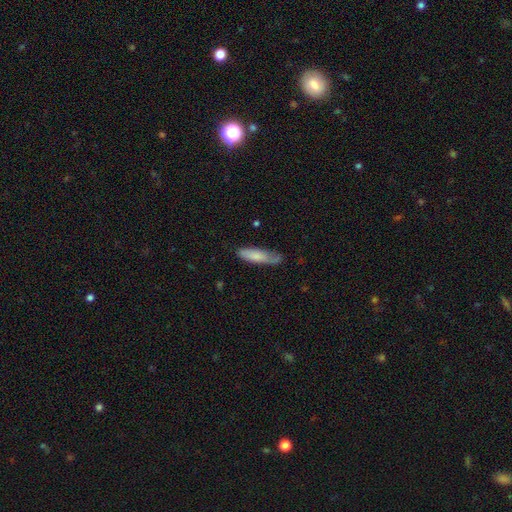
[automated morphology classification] Smooth or featured? Predicted: smooth (p=0.75). How rounded? Predicted: cigar-shaped (p=0.61). Merging? Predicted: none (p=0.61).